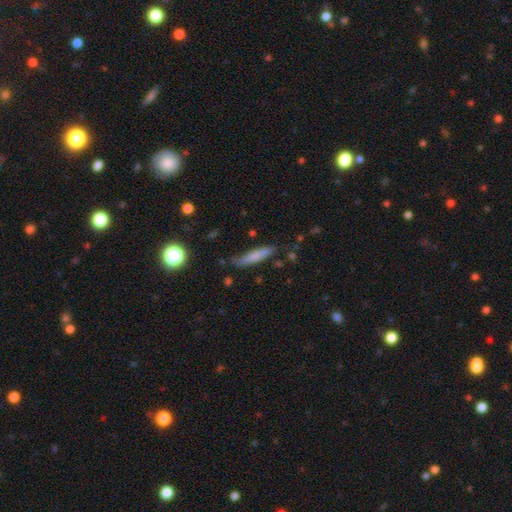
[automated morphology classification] Q: Smooth or featured?
A: smooth (70%); runner-up: featured or disk (22%)
Q: How rounded?
A: cigar-shaped (87%); runner-up: in between (11%)
Q: Merging?
A: none (72%); runner-up: minor disturbance (20%)